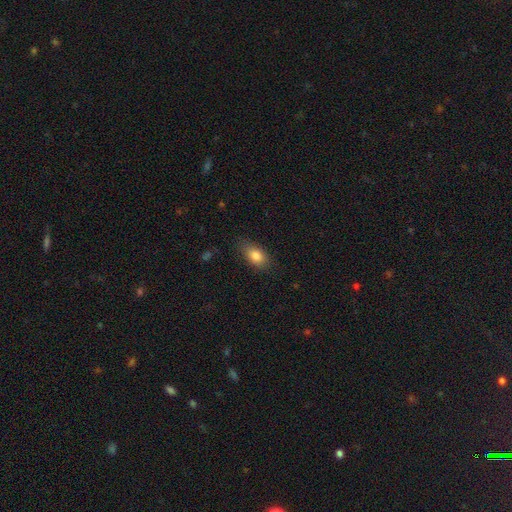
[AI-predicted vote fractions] smooth-or-featured: smooth: 84% | star or artifact: 8% | featured or disk: 8%
  how-rounded: in between: 87% | round: 9% | cigar-shaped: 4%
  merging: none: 77% | minor disturbance: 18% | major disturbance: 4% | merger: 1%